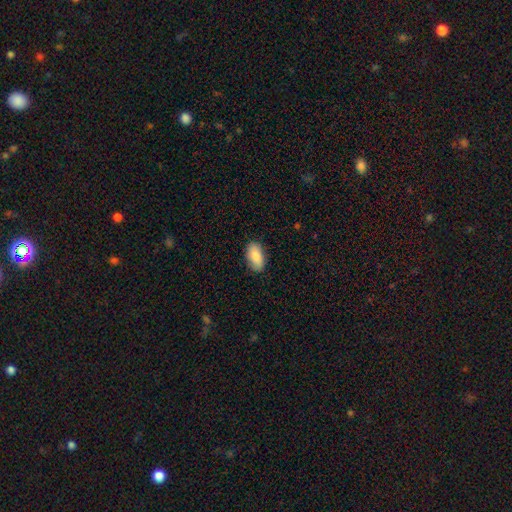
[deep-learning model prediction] A smooth galaxy with no disk features (83%) that is in between round and cigar-shaped (93%).

Vote fractions:
- Smooth or featured? smooth: 83% / featured or disk: 10% / star or artifact: 7%
- How rounded? in between: 93% / round: 4% / cigar-shaped: 3%
- Merging? none: 85% / minor disturbance: 12% / major disturbance: 2% / merger: 1%